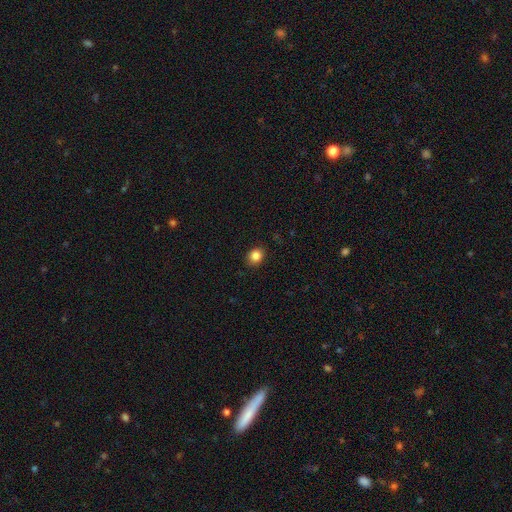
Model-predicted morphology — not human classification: A smooth galaxy with no disk features (85%) that is round (68%). Merging: none (89%).